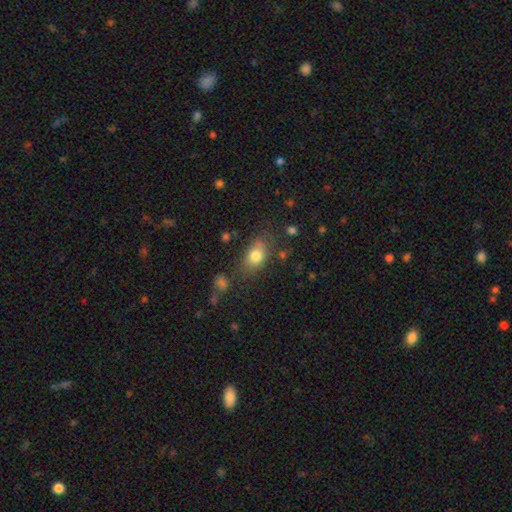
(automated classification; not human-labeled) smooth 79%, featured or disk 12%, star or artifact 10%. Down the decision tree: how rounded — in between (77%); merging — none (65%).